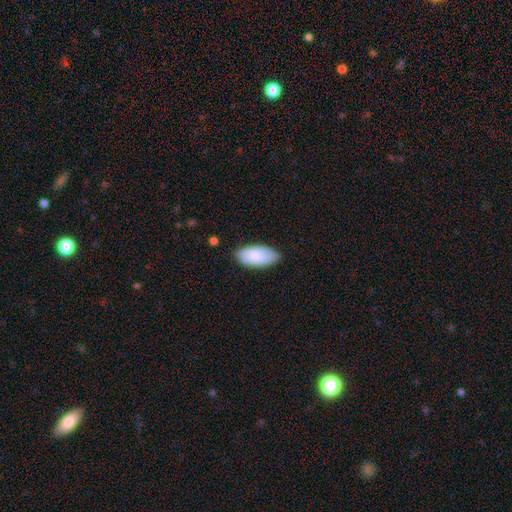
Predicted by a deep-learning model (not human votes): This is clearly a smooth galaxy (80%). How rounded: clearly in between (94%). Merging: likely none (76%).